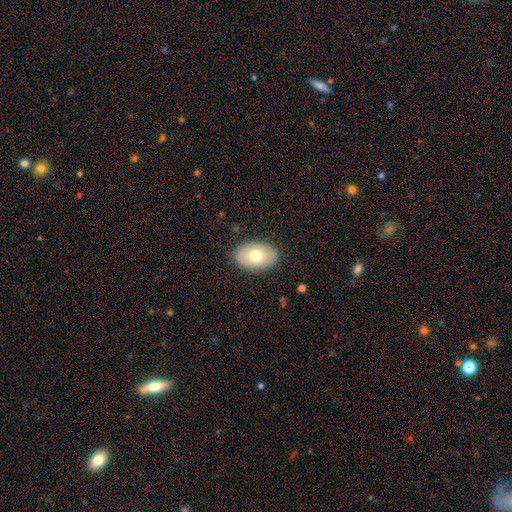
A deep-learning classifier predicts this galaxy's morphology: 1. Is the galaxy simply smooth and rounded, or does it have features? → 71% smooth, 22% featured or disk, 7% star or artifact.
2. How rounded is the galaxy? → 90% in between, 9% round, 1% cigar-shaped.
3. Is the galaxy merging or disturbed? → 87% none, 10% minor disturbance, 2% major disturbance, 1% merger.